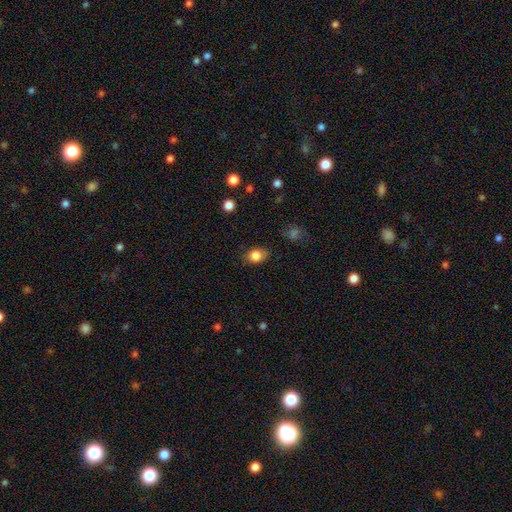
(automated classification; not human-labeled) Morphology: type=smooth (83%); roundness=in between (61%); merging=none (79%).